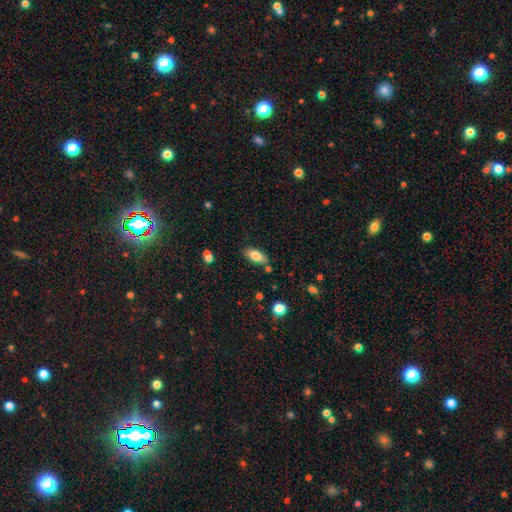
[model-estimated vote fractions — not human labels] Overall: smooth (80%). How rounded: in between (87%). Merging: none (79%).